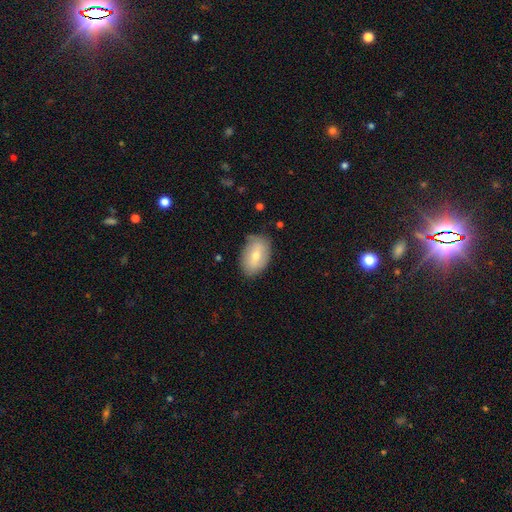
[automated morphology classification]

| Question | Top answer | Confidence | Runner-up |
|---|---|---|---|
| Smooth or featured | smooth | 66% | featured or disk (27%) |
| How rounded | in between | 88% | round (10%) |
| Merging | none | 75% | minor disturbance (19%) |